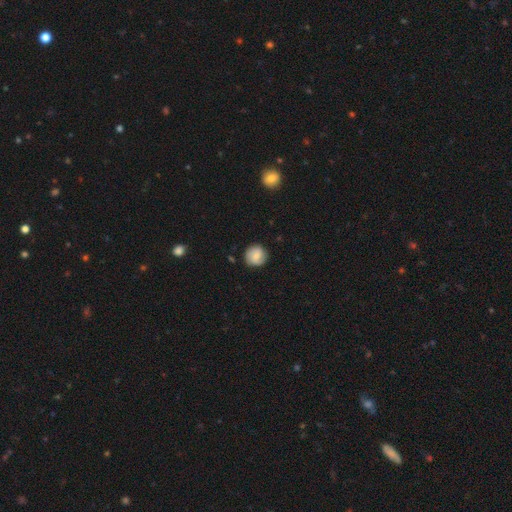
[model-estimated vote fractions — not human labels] smooth-or-featured: smooth: 71% | featured or disk: 22% | star or artifact: 8%
  how-rounded: round: 92% | in between: 7% | cigar-shaped: 1%
  merging: none: 85% | minor disturbance: 11% | major disturbance: 2% | merger: 1%